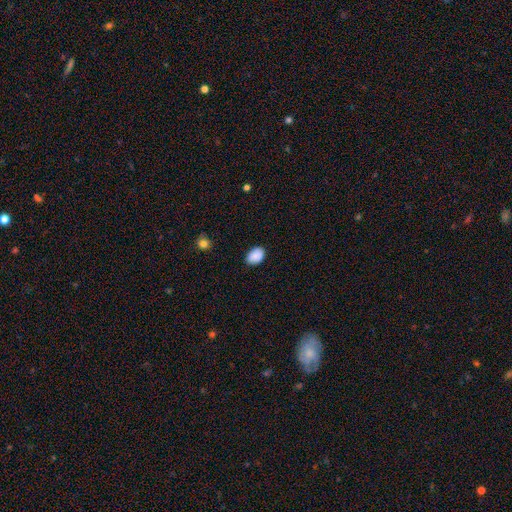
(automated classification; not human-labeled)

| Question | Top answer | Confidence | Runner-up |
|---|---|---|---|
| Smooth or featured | smooth | 89% | star or artifact (7%) |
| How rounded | in between | 84% | round (15%) |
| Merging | none | 83% | minor disturbance (13%) |